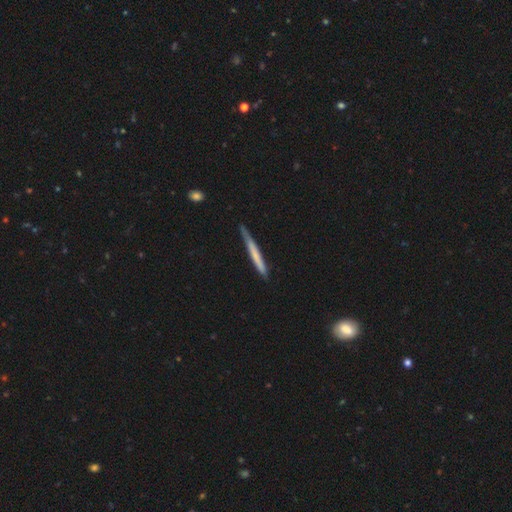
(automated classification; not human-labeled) This appears to be a smooth galaxy with no disk features (60%) that is cigar-shaped (97%). Merging: none (77%).